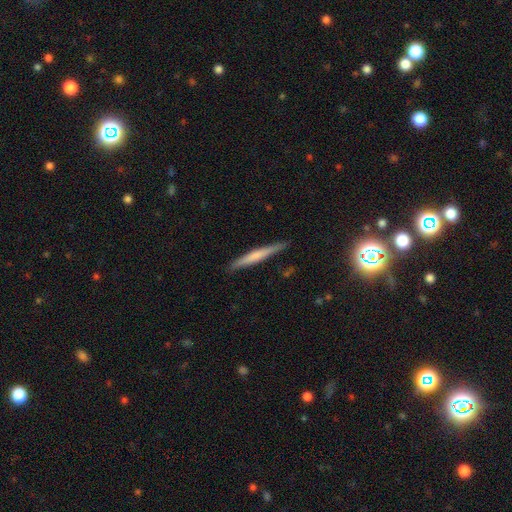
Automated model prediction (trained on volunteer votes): Smooth or featured: smooth — 53% (featured or disk — 41%)
How rounded: cigar-shaped — 96% (in between — 3%)
Merging: none — 88% (minor disturbance — 9%)